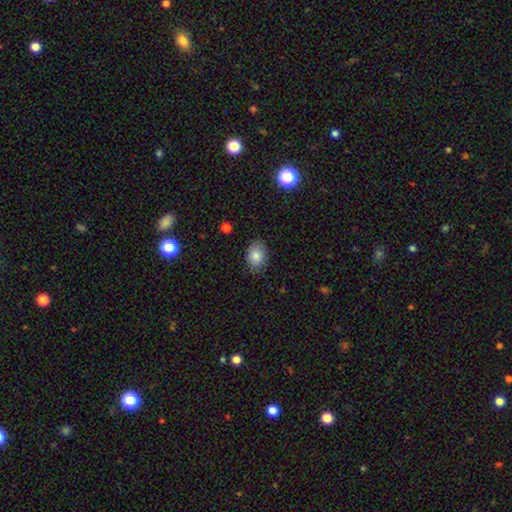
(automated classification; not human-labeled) Smooth or featured?
  - smooth: 84% *
  - star or artifact: 9%
  - featured or disk: 7%
How rounded?
  - in between: 78% *
  - round: 21%
  - cigar-shaped: 1%
Merging?
  - none: 84% *
  - minor disturbance: 12%
  - major disturbance: 3%
  - merger: 1%